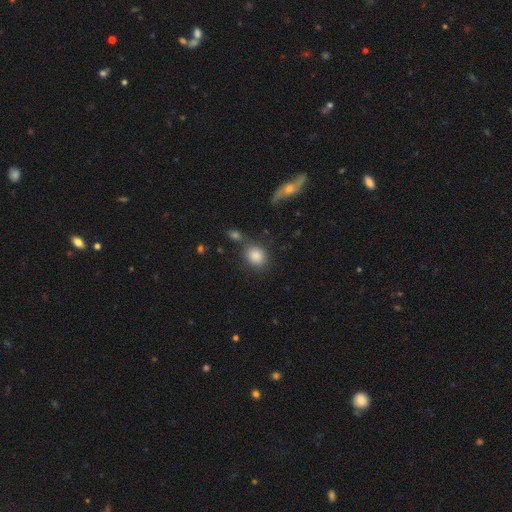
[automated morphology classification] This appears to be a smooth galaxy with no disk features (85%) that is round (53%). Merging: none (69%).